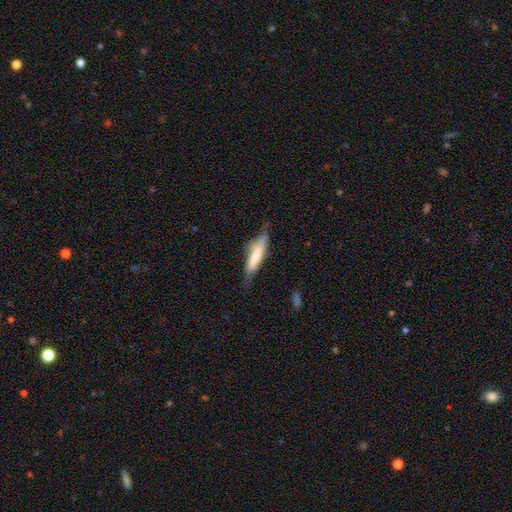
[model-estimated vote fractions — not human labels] A smooth galaxy with no disk features (62%) that is cigar-shaped (74%). Merging: none (56%).